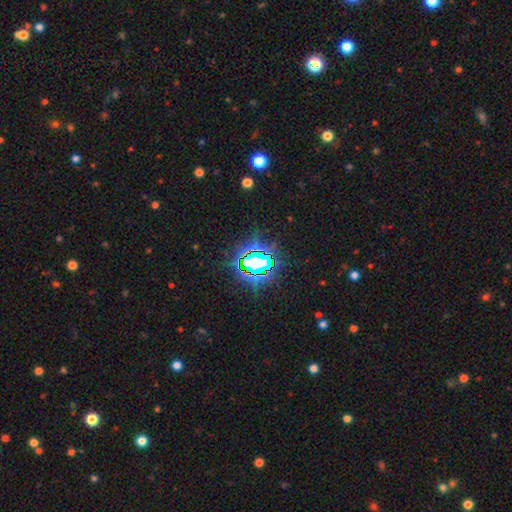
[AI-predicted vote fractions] Smooth or featured? star or artifact (77%)